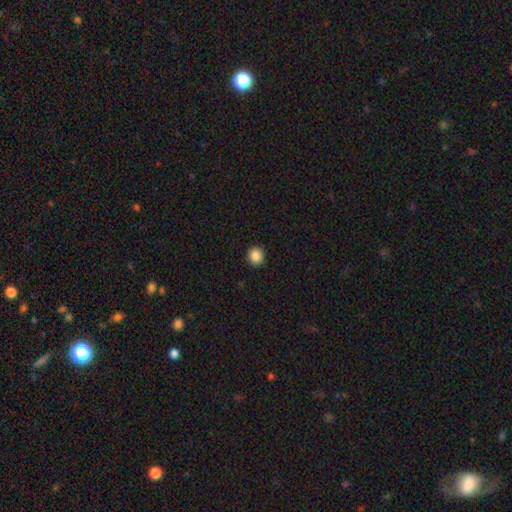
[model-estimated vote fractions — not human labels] Smooth or featured? smooth (87%)
How rounded? round (87%)
Merging? none (93%)